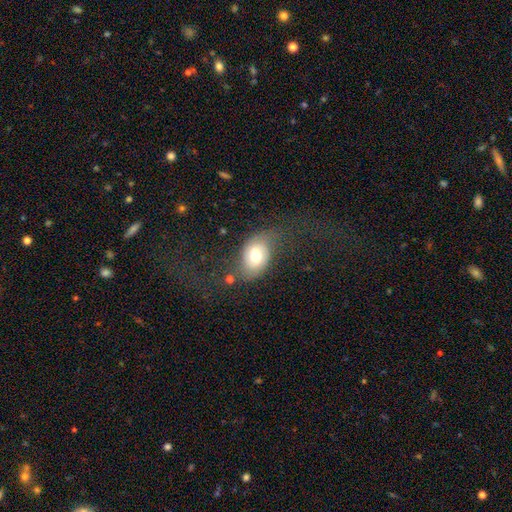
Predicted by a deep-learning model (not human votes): The model was most divided on "smooth or featured": smooth: 58%, featured or disk: 34%, star or artifact: 8%. More confident: how rounded — in between (80%); merging — none (53%).